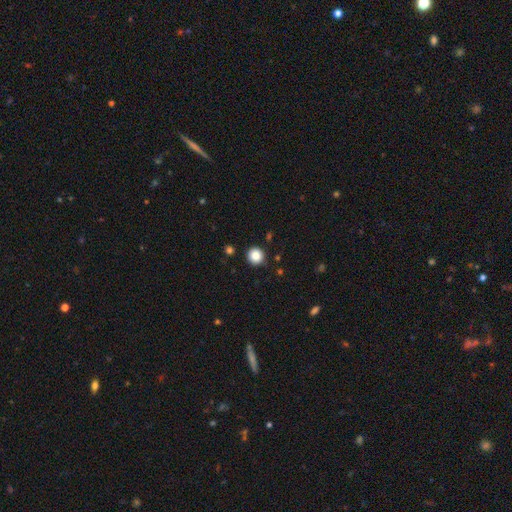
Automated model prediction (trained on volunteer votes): Overall: smooth (85%). How rounded: round (95%). Merging: none (91%).